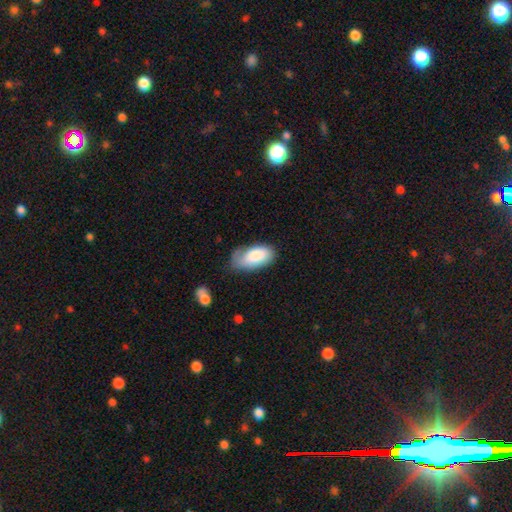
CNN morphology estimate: A smooth galaxy with no disk features (83%) that is in between round and cigar-shaped (95%). Merging: none (53%).